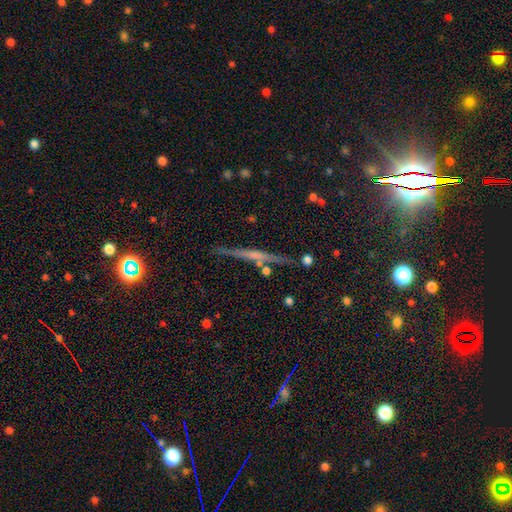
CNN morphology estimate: Smooth or featured? Predicted: featured or disk (p=0.64). Edge-on disk? Predicted: yes (p=0.97). Edge-on bulge? Predicted: none (p=0.54). Merging? Predicted: none (p=0.87).